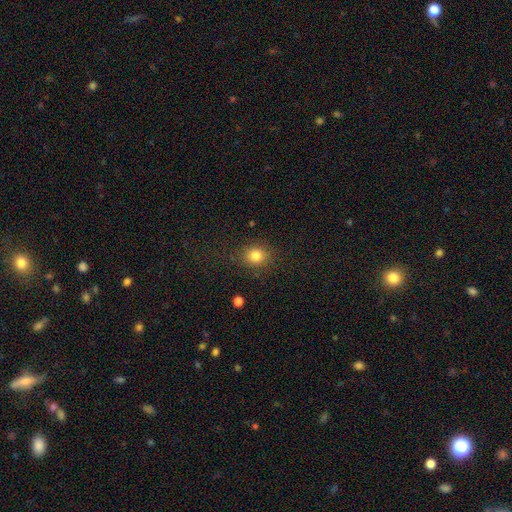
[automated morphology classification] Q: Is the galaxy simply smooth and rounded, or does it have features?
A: smooth — 83%.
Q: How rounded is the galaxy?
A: round — 72%.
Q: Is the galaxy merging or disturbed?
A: none — 83%.